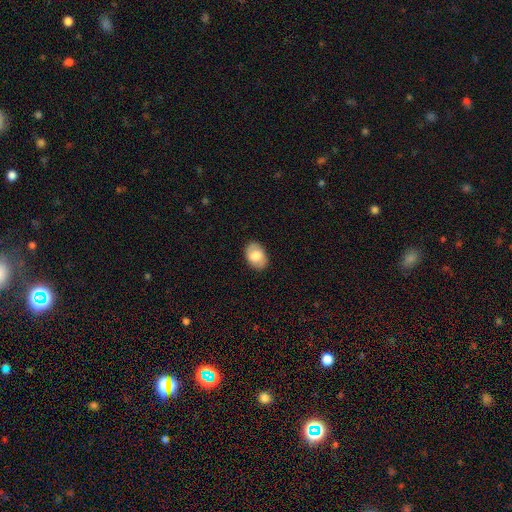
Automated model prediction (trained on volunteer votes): Morphology: type=smooth (69%); roundness=in between (84%); merging=none (85%).